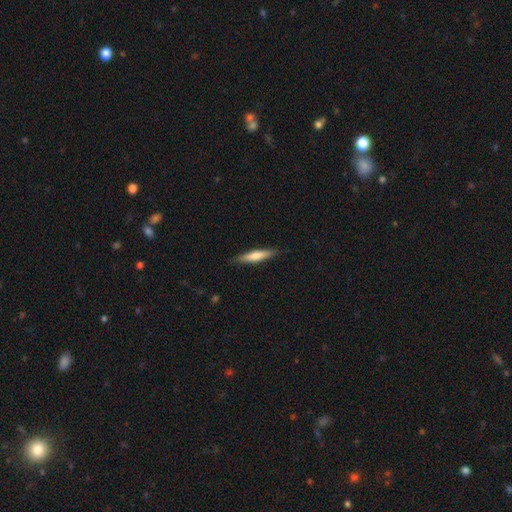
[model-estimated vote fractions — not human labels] The model was most divided on "smooth or featured": smooth: 63%, featured or disk: 31%, star or artifact: 5%. More confident: merging — none (88%); how rounded — cigar-shaped (86%).